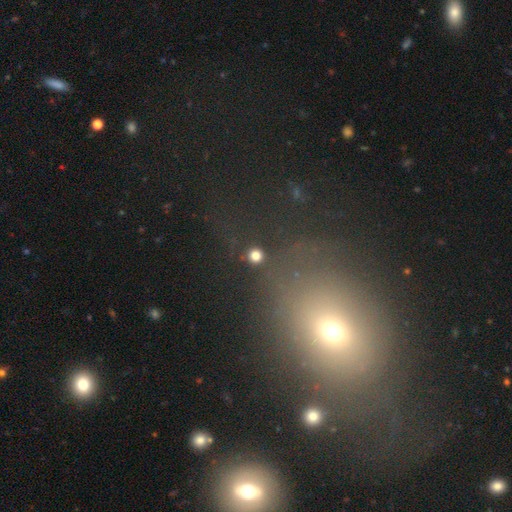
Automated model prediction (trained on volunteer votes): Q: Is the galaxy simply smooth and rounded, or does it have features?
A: smooth — 80%.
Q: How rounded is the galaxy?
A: round — 92%.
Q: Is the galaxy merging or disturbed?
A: none — 89%.